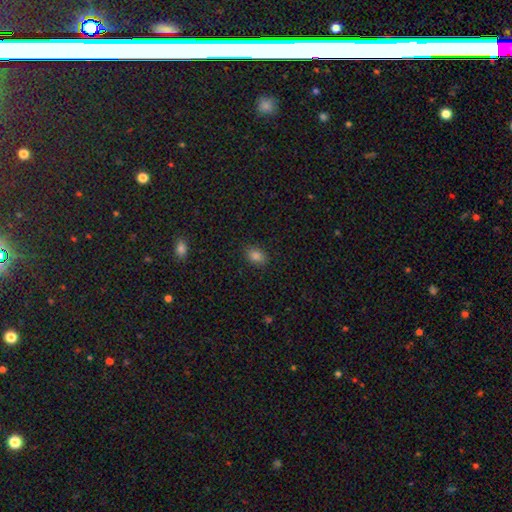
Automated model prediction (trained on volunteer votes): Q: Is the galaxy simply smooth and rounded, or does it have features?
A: smooth — 83%.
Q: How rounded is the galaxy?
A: in between — 76%.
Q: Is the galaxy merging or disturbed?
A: none — 87%.